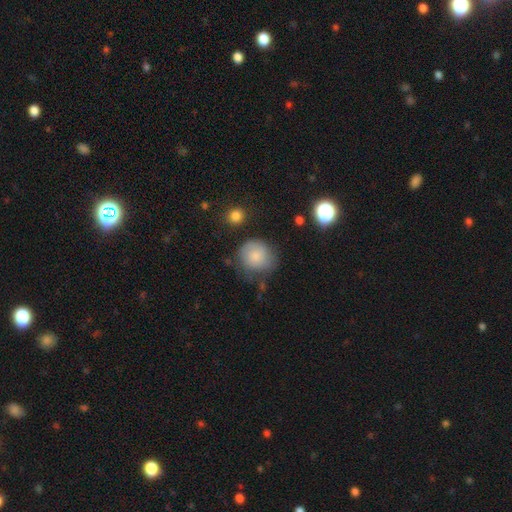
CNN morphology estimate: smooth_or_featured: smooth (p=0.76) [alt: featured or disk p=0.15]
how_rounded: round (p=0.84) [alt: in between p=0.15]
merging: none (p=0.59) [alt: minor disturbance p=0.26]